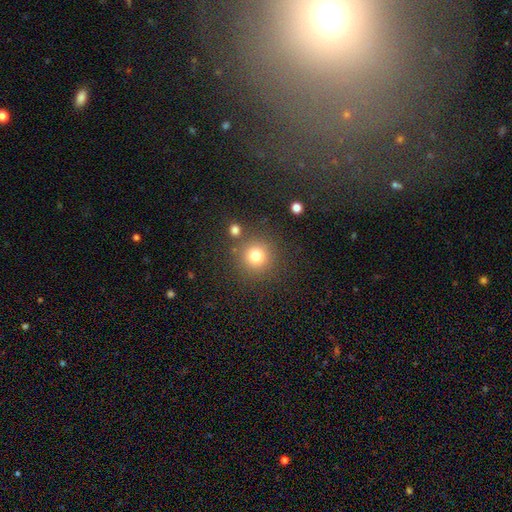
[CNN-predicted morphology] A smooth galaxy with no disk features (79%) that is round (94%). Merging: none (83%).